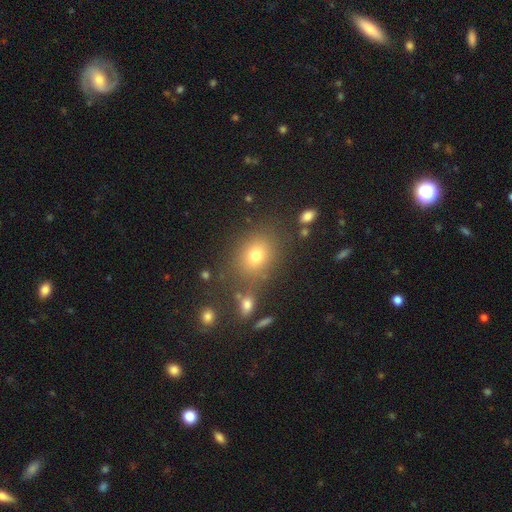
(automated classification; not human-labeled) This is likely a smooth galaxy (73%). How rounded: possibly round (53%). Merging: likely none (77%).